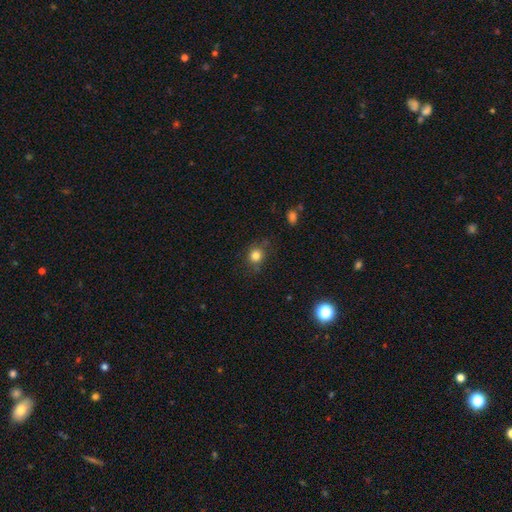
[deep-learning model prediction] Morphology: type=smooth (81%); roundness=round (80%); merging=none (76%).